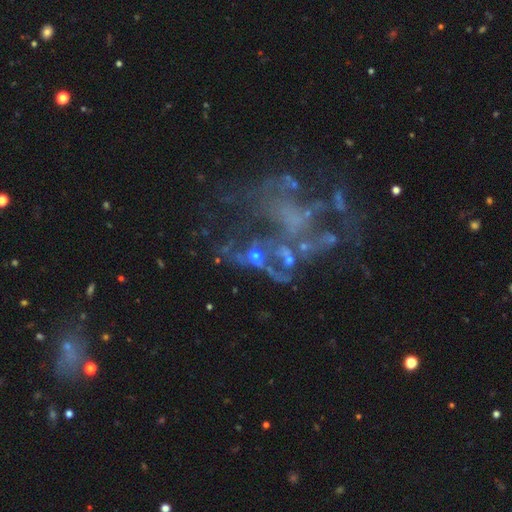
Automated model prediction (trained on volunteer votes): A featured or disk galaxy (55%) with no bar (82%), no spiral arms (70%) and no central bulge (37%).

Vote fractions:
- Smooth or featured? featured or disk: 55% / star or artifact: 24% / smooth: 21%
- Edge-on disk? no: 94% / yes: 6%
- Bar? no: 82% / weak: 12% / strong: 6%
- Spiral arms? no: 70% / yes: 30%
- Bulge size? none: 37% / moderate: 29% / small: 23% / large: 7% / dominant: 4%
- Merging? merger: 34% / major disturbance: 33% / none: 23% / minor disturbance: 10%